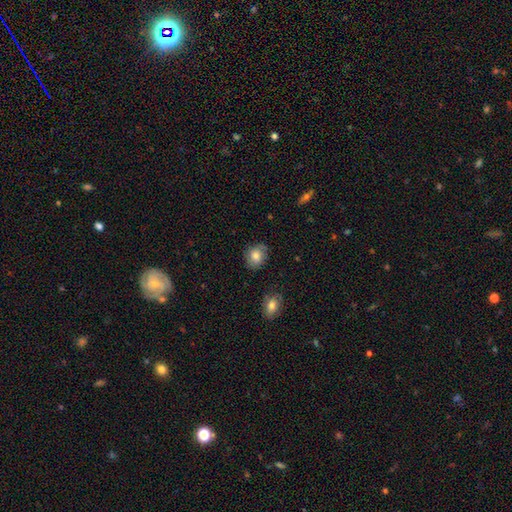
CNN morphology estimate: This is likely a smooth galaxy (76%). How rounded: possibly round (60%). Merging: likely none (75%).